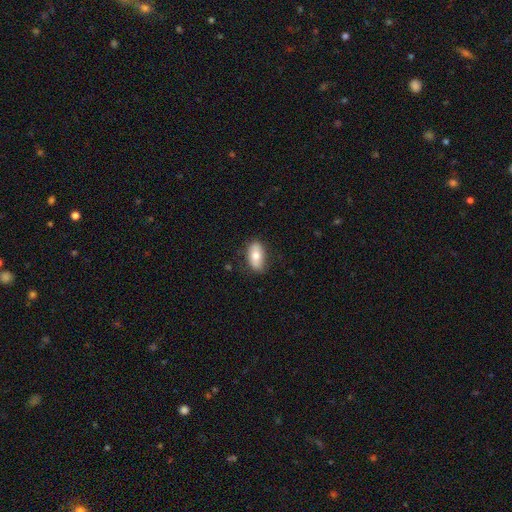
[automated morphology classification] The model was most divided on "smooth or featured": smooth: 70%, featured or disk: 24%, star or artifact: 7%. More confident: how rounded — in between (90%); merging — none (80%).